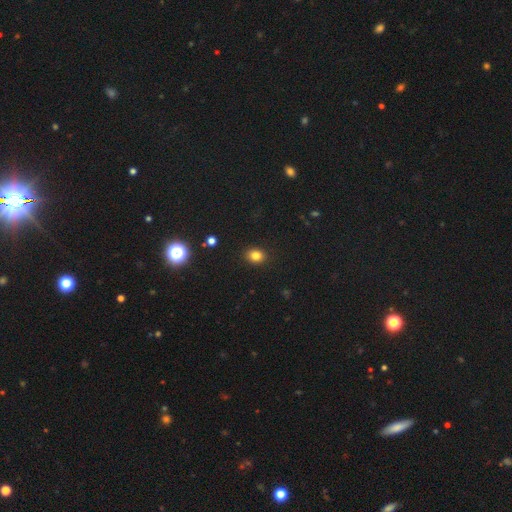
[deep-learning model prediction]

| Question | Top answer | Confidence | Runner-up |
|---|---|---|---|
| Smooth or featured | smooth | 81% | star or artifact (13%) |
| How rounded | round | 57% | in between (43%) |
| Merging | none | 90% | minor disturbance (7%) |